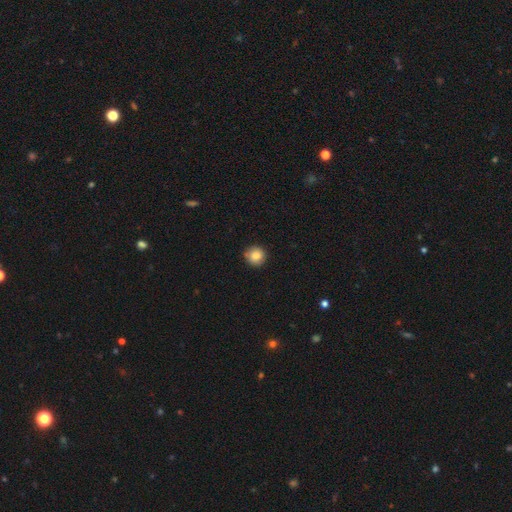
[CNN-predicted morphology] smooth 85%, star or artifact 8%, featured or disk 7%. Down the decision tree: how rounded — round (92%); merging — none (85%).